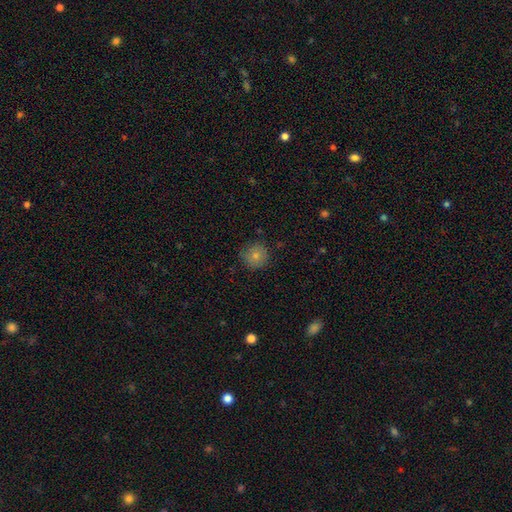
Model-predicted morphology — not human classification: type=smooth (81%); roundness=round (93%); merging=none (83%).